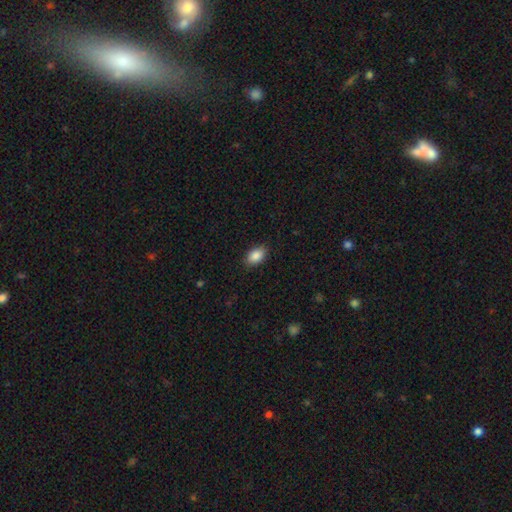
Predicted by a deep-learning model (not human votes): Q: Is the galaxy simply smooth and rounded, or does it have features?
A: smooth — 88%.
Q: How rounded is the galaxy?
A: in between — 89%.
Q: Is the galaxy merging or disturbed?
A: none — 86%.